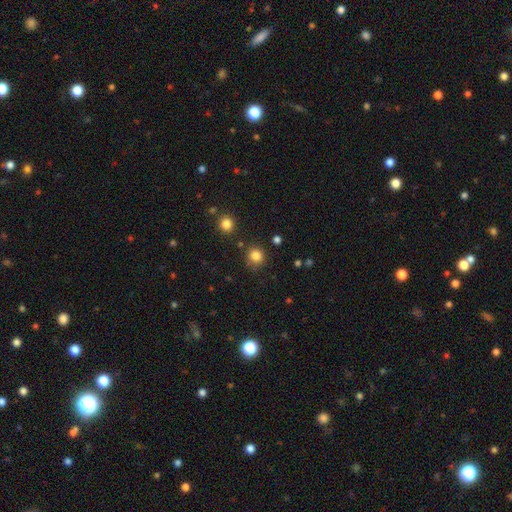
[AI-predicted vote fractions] Smooth or featured? Predicted: smooth (p=0.83). How rounded? Predicted: round (p=0.89). Merging? Predicted: none (p=0.81).